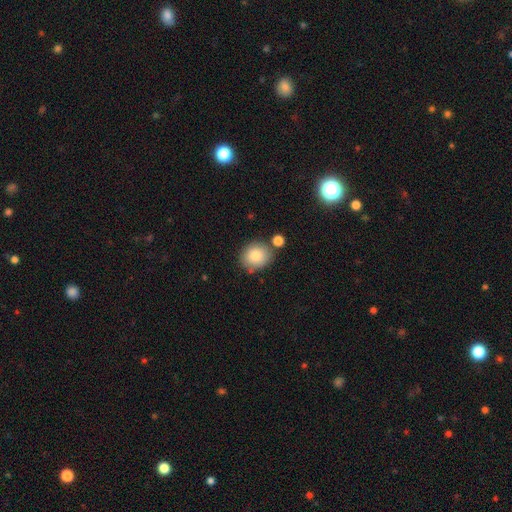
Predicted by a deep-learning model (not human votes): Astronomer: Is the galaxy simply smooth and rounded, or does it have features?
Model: smooth — 83%.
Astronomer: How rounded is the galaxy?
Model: round — 75%.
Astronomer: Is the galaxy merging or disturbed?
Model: none — 73%.